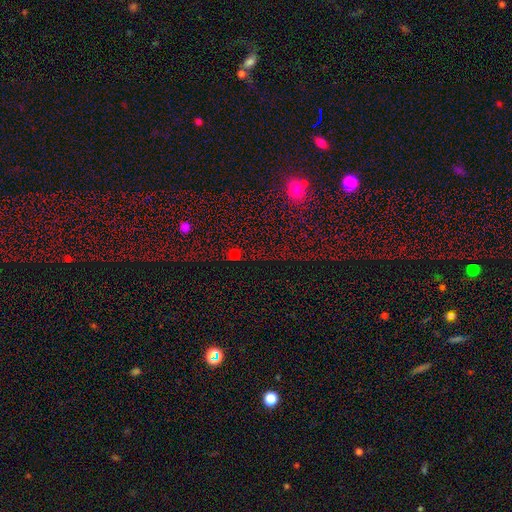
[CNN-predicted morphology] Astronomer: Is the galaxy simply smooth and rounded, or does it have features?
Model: star or artifact — 65%.